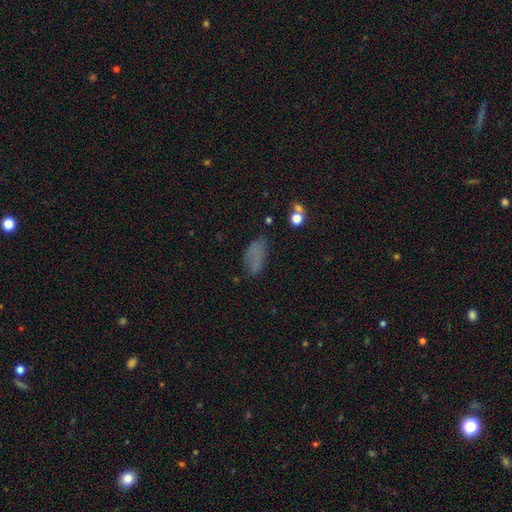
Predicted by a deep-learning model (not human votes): Q: Smooth or featured?
A: smooth (67%); runner-up: star or artifact (17%)
Q: How rounded?
A: in between (86%); runner-up: cigar-shaped (9%)
Q: Merging?
A: none (59%); runner-up: minor disturbance (24%)